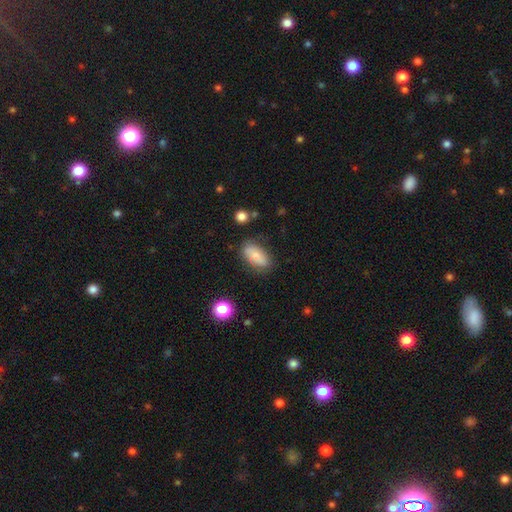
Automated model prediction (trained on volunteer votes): Smooth or featured? Predicted: smooth (p=0.74). How rounded? Predicted: in between (p=0.89). Merging? Predicted: none (p=0.75).